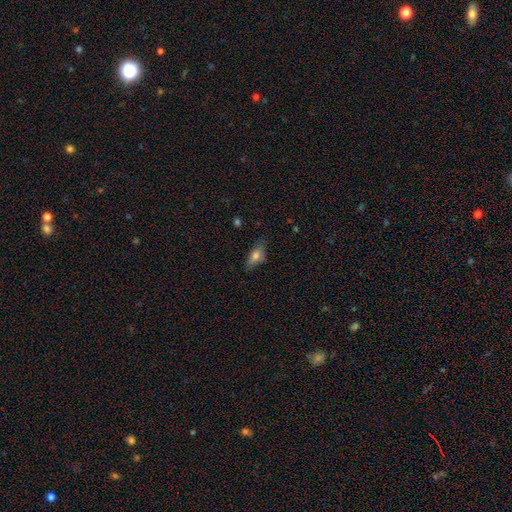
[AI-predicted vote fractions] smooth_or_featured: smooth (p=0.71) [alt: featured or disk p=0.20]
how_rounded: in between (p=0.76) [alt: cigar-shaped p=0.19]
merging: none (p=0.75) [alt: minor disturbance p=0.19]